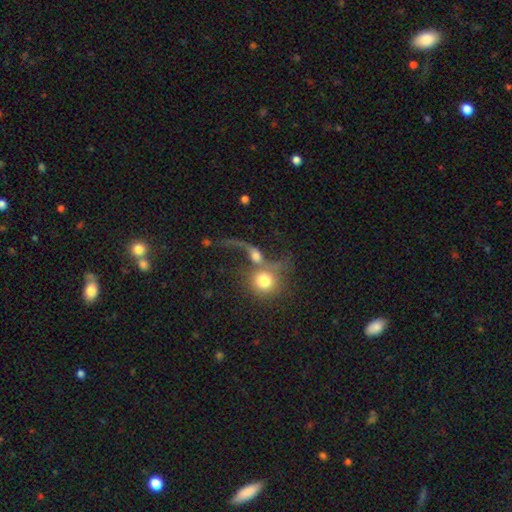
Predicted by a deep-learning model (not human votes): Smooth or featured?
  - smooth: 44% *
  - featured or disk: 43%
  - star or artifact: 12%
Merging?
  - merger: 57% *
  - major disturbance: 18%
  - none: 17%
  - minor disturbance: 8%